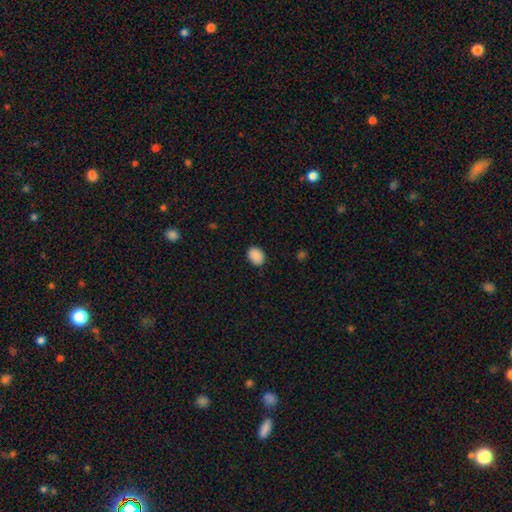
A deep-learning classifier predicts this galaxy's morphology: smooth-or-featured: smooth: 90% | star or artifact: 8% | featured or disk: 2%
  how-rounded: in between: 70% | round: 30% | cigar-shaped: 1%
  merging: none: 88% | minor disturbance: 9% | major disturbance: 2% | merger: 1%